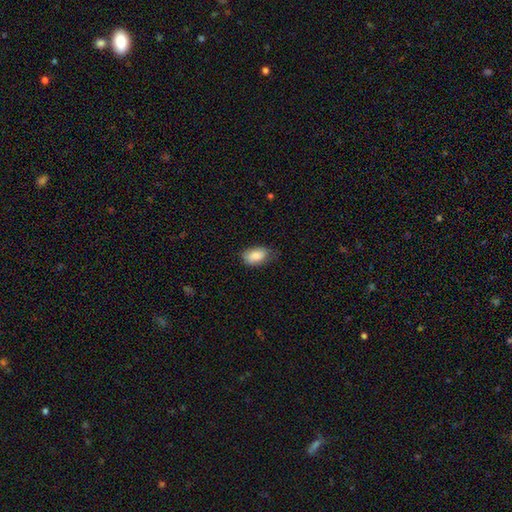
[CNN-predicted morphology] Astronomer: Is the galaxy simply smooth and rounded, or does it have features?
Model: smooth — 86%.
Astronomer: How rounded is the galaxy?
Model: in between — 92%.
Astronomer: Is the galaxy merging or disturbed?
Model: none — 68%.